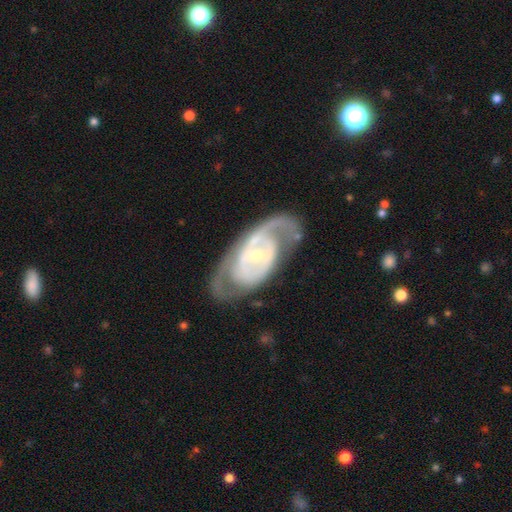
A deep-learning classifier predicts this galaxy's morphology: Smooth or featured? featured or disk (84%)
Edge-on disk? no (94%)
Bar? weak (43%)
Spiral arms? yes (84%)
Spiral winding? tight (43%)
Spiral arm count? 2 (65%)
Bulge size? small (64%)
Merging? none (64%)